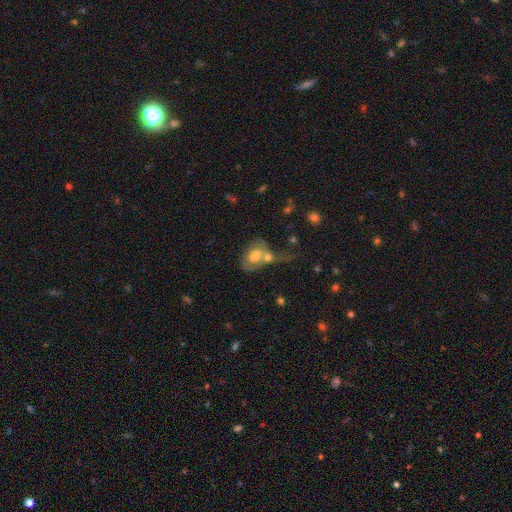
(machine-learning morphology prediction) A smooth galaxy with no disk features (55%) that is in between round and cigar-shaped (76%). Merging: merger (59%).